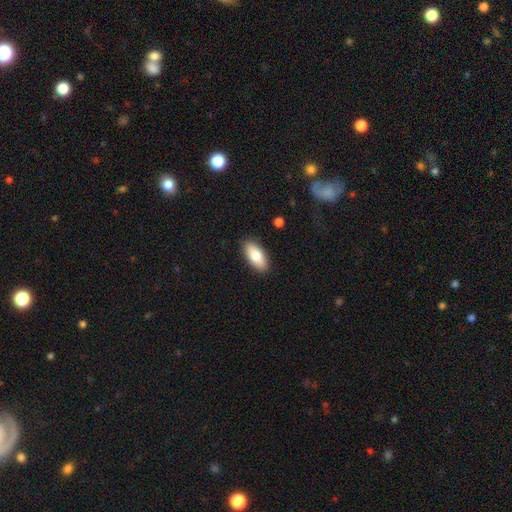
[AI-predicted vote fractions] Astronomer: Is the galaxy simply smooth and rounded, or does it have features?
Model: smooth — 80%.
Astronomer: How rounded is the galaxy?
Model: in between — 85%.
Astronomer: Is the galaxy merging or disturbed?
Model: none — 89%.